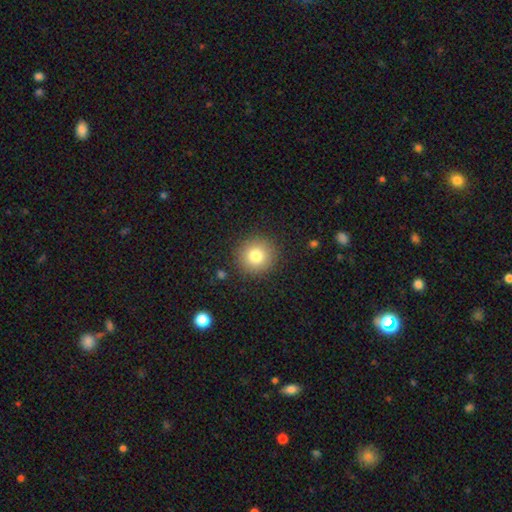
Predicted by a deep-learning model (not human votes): Morphology: type=smooth (79%); roundness=round (94%); merging=none (90%).